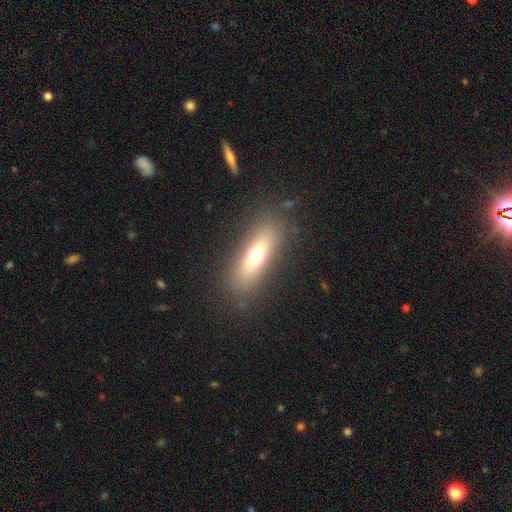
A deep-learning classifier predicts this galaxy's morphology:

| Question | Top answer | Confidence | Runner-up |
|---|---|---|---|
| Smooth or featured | smooth | 57% | featured or disk (32%) |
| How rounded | in between | 50% | cigar-shaped (44%) |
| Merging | none | 85% | minor disturbance (9%) |